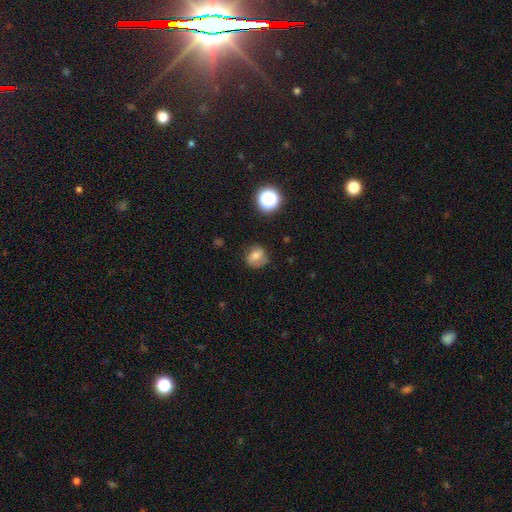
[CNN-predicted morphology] The model was most divided on "how rounded": round: 68%, in between: 31%, cigar-shaped: 1%. More confident: smooth or featured — smooth (68%); merging — none (66%).